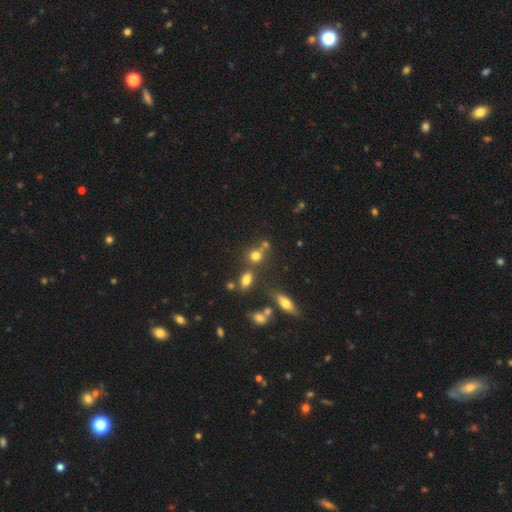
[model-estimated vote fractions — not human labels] Smooth or featured? smooth (72%)
How rounded? round (73%)
Merging? none (54%)